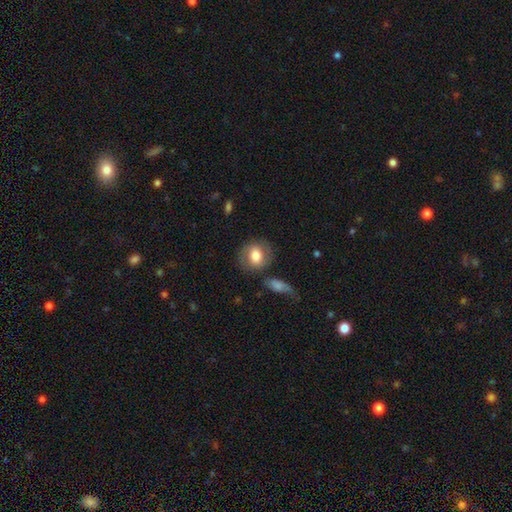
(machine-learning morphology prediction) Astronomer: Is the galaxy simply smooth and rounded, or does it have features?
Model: smooth — 64%.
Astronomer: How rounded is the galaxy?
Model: round — 68%.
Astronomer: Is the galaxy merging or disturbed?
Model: none — 72%.